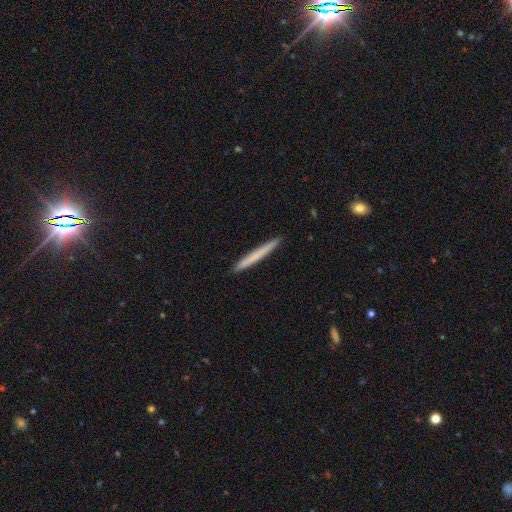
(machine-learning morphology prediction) type=smooth (65%); roundness=cigar-shaped (97%); merging=none (93%).